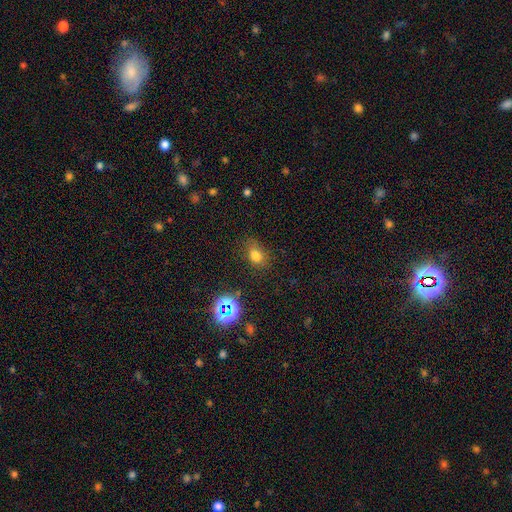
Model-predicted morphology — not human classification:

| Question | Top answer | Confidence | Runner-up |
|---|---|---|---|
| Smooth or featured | smooth | 73% | star or artifact (19%) |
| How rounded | in between | 69% | round (29%) |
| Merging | none | 69% | minor disturbance (21%) |